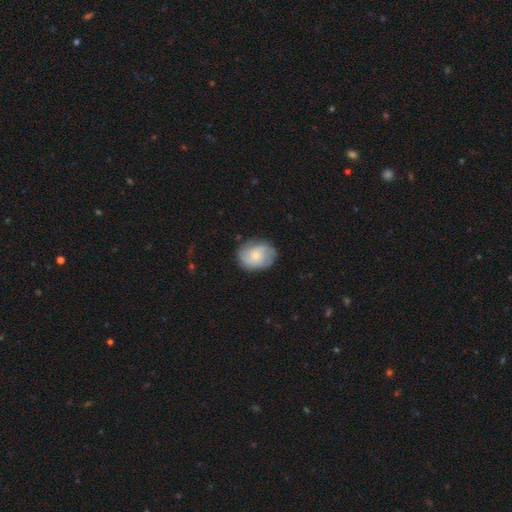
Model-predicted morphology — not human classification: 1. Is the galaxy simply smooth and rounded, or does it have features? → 54% featured or disk, 40% smooth, 7% star or artifact.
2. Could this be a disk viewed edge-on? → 97% no, 3% yes.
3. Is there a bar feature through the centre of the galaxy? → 74% no, 23% weak, 3% strong.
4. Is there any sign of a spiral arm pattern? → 88% yes, 12% no.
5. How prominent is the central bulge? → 56% small, 35% moderate, 4% none, 3% large, 1% dominant.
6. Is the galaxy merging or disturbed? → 76% none, 17% minor disturbance, 5% major disturbance, 1% merger.